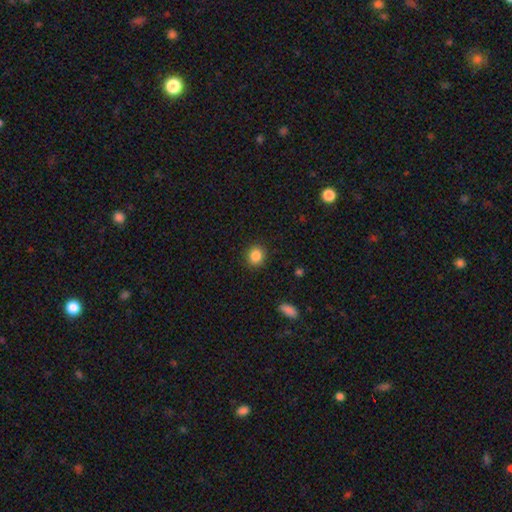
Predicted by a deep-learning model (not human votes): smooth 86%, star or artifact 10%, featured or disk 4%. Down the decision tree: how rounded — round (82%); merging — none (90%).